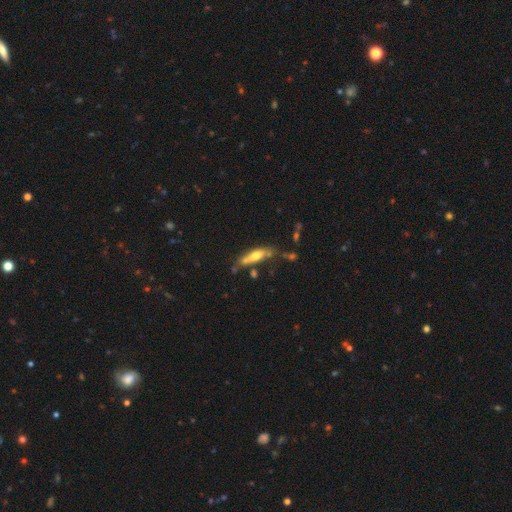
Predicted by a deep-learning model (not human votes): Overall: smooth (50%; featured or disk 43%). Merging: none (47%; minor disturbance 25%).